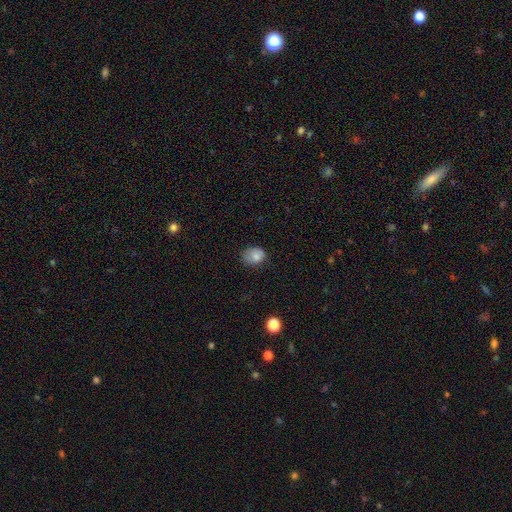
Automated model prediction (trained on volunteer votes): The model was most divided on "how rounded": in between: 60%, round: 39%, cigar-shaped: 1%. More confident: smooth or featured — smooth (80%); merging — none (55%).